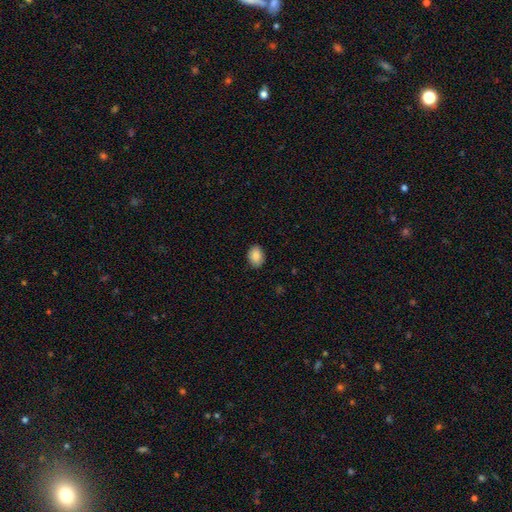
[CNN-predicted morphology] smooth 87%, star or artifact 8%, featured or disk 5%. Down the decision tree: how rounded — in between (75%); merging — none (89%).